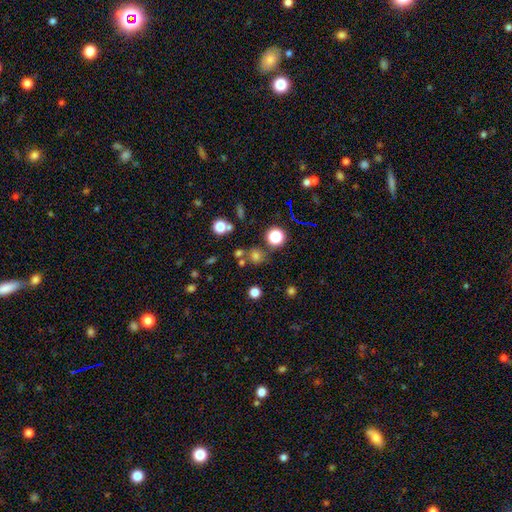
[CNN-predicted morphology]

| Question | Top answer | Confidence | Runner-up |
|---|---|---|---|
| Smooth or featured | smooth | 66% | star or artifact (25%) |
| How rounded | round | 86% | in between (13%) |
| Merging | none | 70% | merger (15%) |